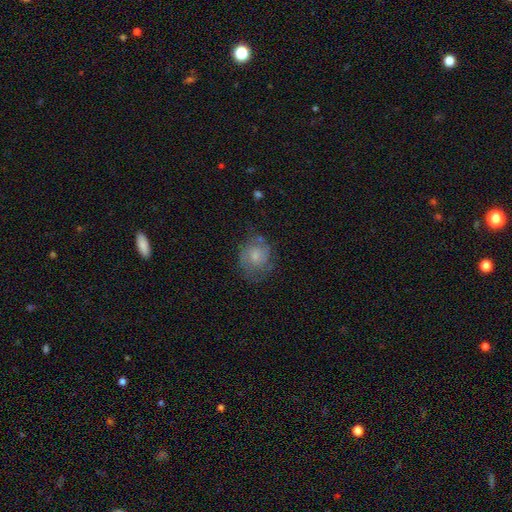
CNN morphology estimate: This is possibly a smooth galaxy (54%). How rounded: likely round (70%). Merging: possibly none (56%).